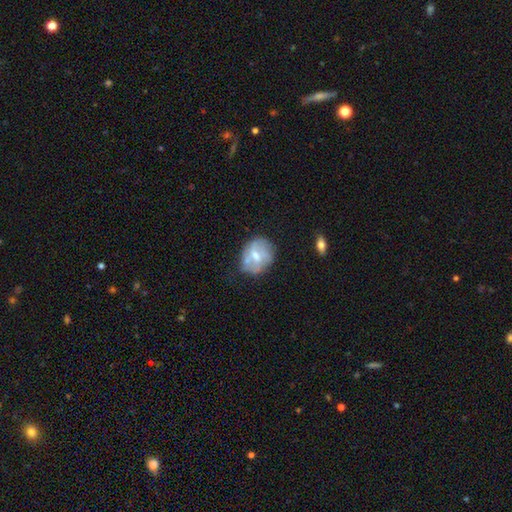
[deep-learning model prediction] Morphology: type=featured or disk (47%); merging=none (54%).